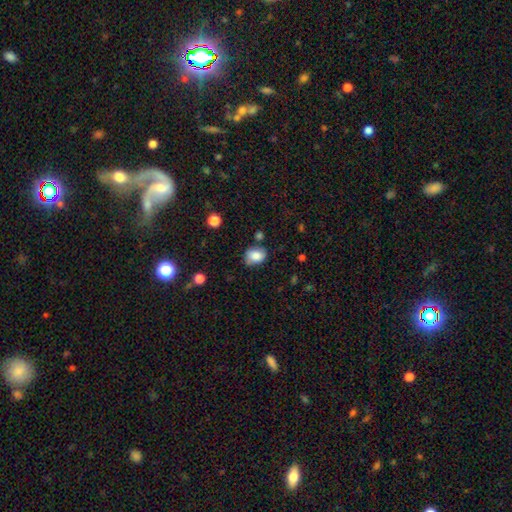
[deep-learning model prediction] smooth_or_featured: smooth (p=0.82) [alt: featured or disk p=0.10]
how_rounded: in between (p=0.64) [alt: round p=0.35]
merging: none (p=0.67) [alt: minor disturbance p=0.23]